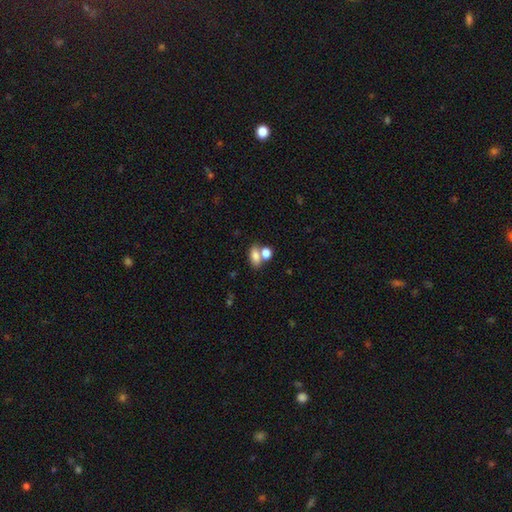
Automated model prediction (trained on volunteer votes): smooth 78%, featured or disk 12%, star or artifact 10%. Down the decision tree: how rounded — in between (82%); merging — merger (45%).